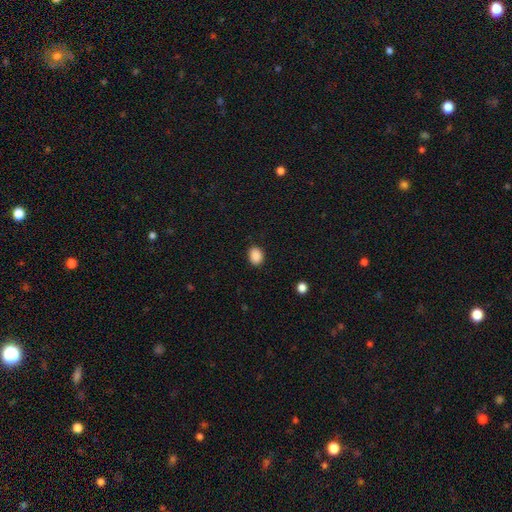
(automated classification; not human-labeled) The model was most divided on "how rounded": in between: 58%, round: 41%, cigar-shaped: 1%. More confident: smooth or featured — smooth (89%); merging — none (88%).